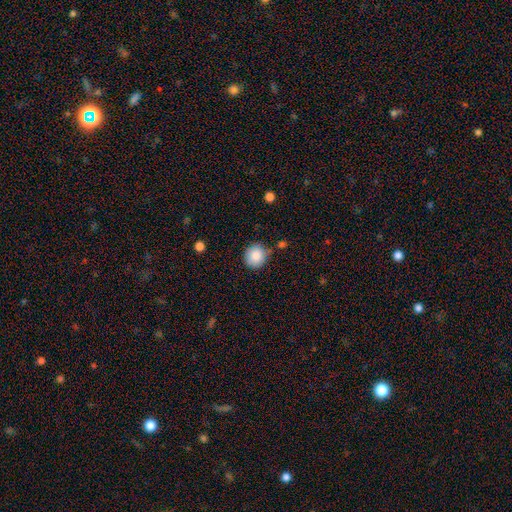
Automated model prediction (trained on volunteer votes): smooth_or_featured: smooth (p=0.87) [alt: star or artifact p=0.08]
how_rounded: round (p=0.87) [alt: in between p=0.13]
merging: none (p=0.81) [alt: minor disturbance p=0.12]